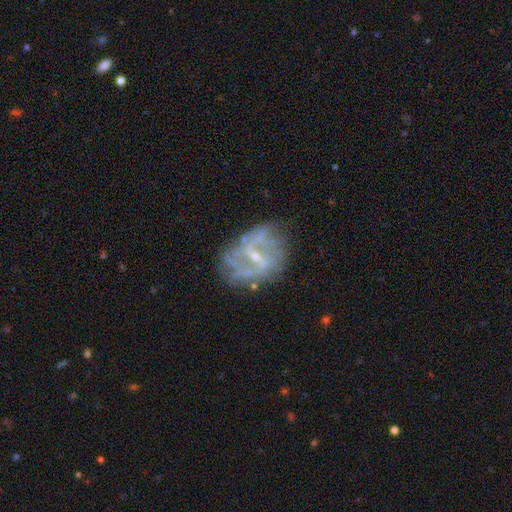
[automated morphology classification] This is clearly a featured or disk galaxy (81%). It is clearly not viewed edge-on (97%). Bar: possibly weak (51%). Spiral arm pattern: likely yes (79%). Spiral arm count: possibly 2 (46%). Spiral winding: marginally medium (40%). Central bulge: likely small (71%). Merging: likely none (62%).